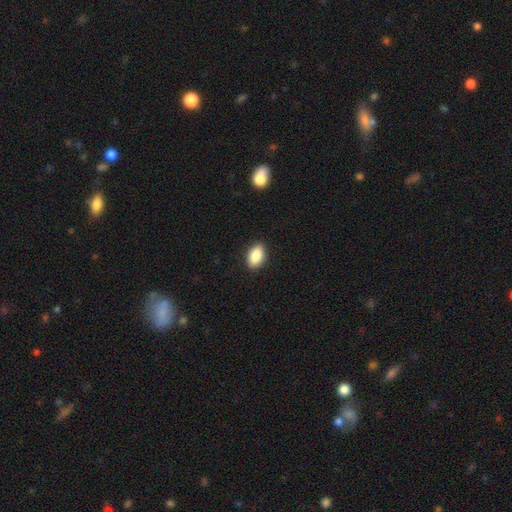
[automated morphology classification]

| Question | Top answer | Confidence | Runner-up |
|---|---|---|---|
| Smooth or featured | smooth | 88% | star or artifact (7%) |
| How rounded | in between | 92% | round (6%) |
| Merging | none | 89% | minor disturbance (8%) |